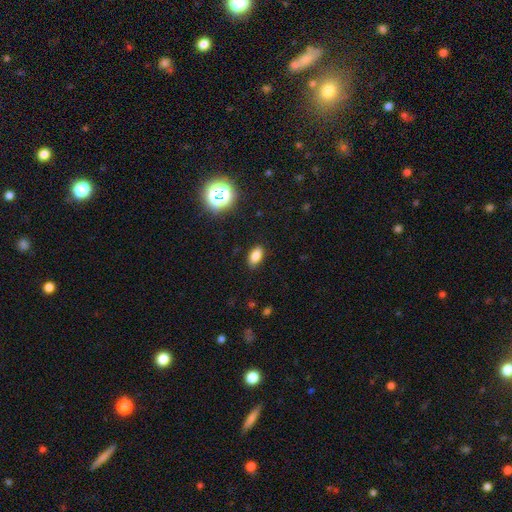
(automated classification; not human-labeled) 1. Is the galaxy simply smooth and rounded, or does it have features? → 81% smooth, 13% star or artifact, 6% featured or disk.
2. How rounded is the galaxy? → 90% in between, 6% round, 4% cigar-shaped.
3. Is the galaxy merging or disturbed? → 87% none, 9% minor disturbance, 2% major disturbance, 1% merger.